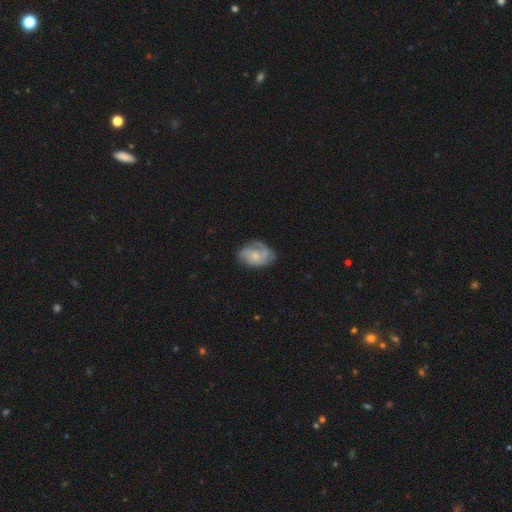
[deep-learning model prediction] This is likely a featured or disk galaxy (69%). It is clearly not viewed edge-on (97%). Bar: likely no (71%). Spiral arm pattern: clearly yes (91%). Spiral arm count: possibly 2 (47%). Spiral winding: possibly medium (46%). Central bulge: possibly small (58%). Merging: likely none (64%).